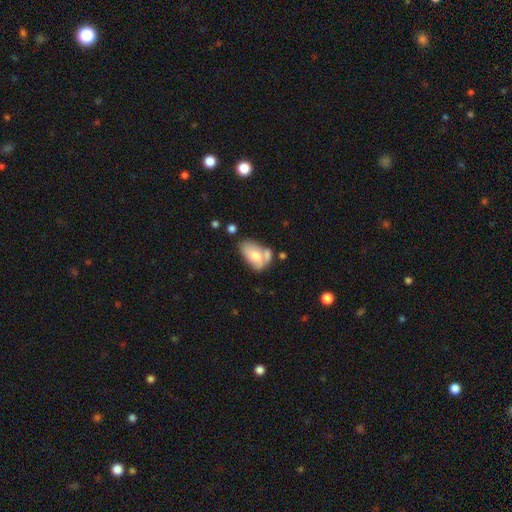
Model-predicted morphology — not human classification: This appears to be a smooth galaxy with no disk features (67%) that is in between round and cigar-shaped (91%). Merging: merger (35%).